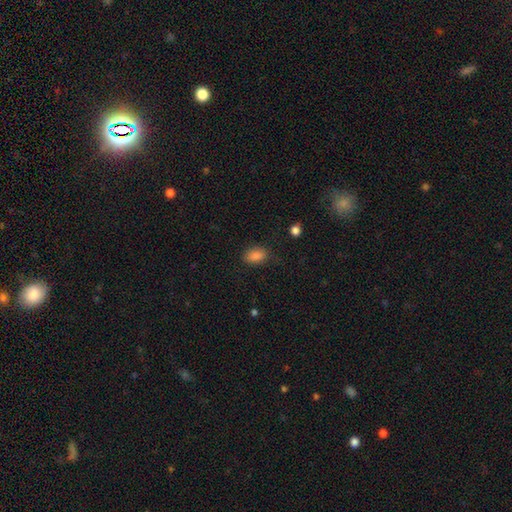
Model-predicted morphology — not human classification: This is clearly a smooth galaxy (86%). How rounded: clearly in between (87%). Merging: clearly none (82%).